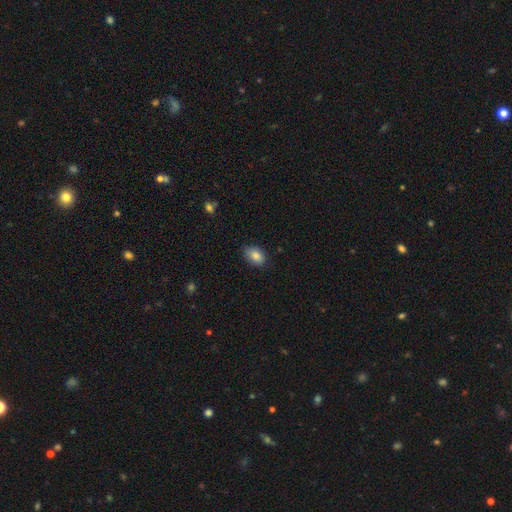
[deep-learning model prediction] smooth-or-featured: smooth: 85% | featured or disk: 8% | star or artifact: 8%
  how-rounded: in between: 84% | round: 15% | cigar-shaped: 1%
  merging: none: 82% | minor disturbance: 15% | major disturbance: 2% | merger: 1%